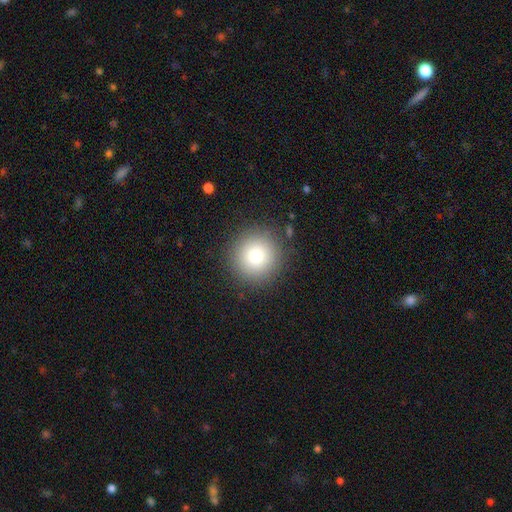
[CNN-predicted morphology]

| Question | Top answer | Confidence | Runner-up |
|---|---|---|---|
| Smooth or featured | smooth | 83% | star or artifact (10%) |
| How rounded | round | 95% | in between (4%) |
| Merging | none | 89% | minor disturbance (7%) |